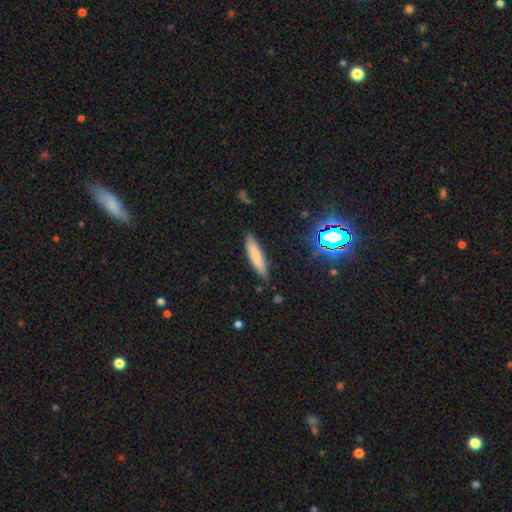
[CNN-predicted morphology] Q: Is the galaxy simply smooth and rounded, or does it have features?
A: smooth — 74%.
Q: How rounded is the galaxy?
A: cigar-shaped — 80%.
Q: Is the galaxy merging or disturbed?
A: none — 86%.